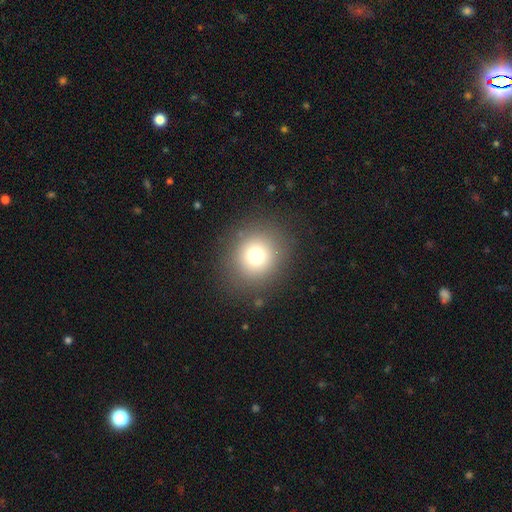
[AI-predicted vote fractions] Q: Smooth or featured?
A: smooth (73%); runner-up: star or artifact (16%)
Q: How rounded?
A: round (87%); runner-up: in between (12%)
Q: Merging?
A: none (87%); runner-up: minor disturbance (7%)